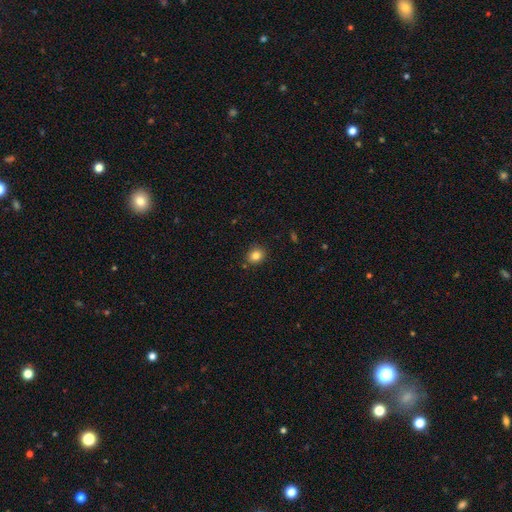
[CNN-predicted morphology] Smooth or featured? smooth (83%)
How rounded? round (67%)
Merging? none (86%)